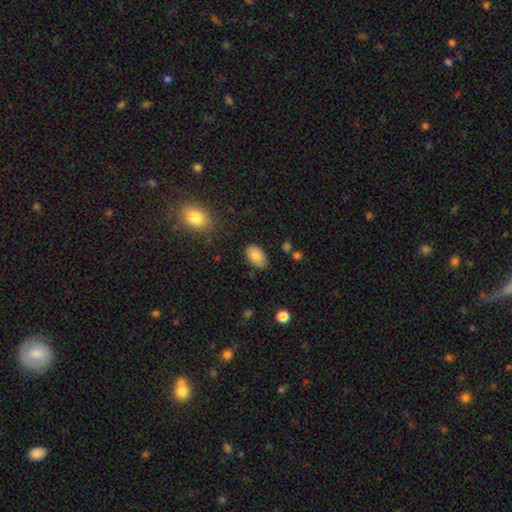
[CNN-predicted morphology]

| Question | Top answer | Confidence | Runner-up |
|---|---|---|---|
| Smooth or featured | smooth | 83% | featured or disk (9%) |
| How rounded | in between | 90% | round (9%) |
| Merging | none | 80% | minor disturbance (15%) |